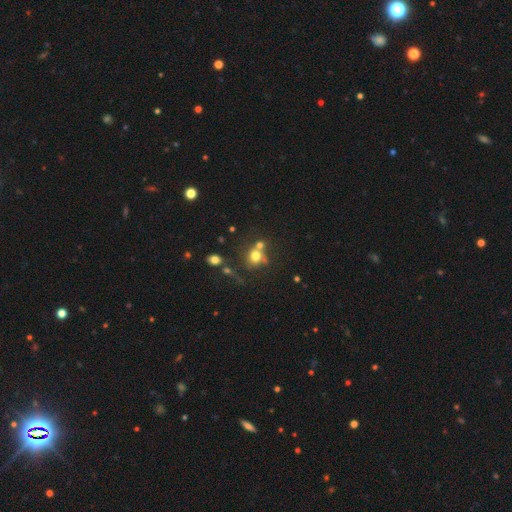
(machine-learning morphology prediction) Smooth or featured? Predicted: smooth (p=0.70). How rounded? Predicted: round (p=0.78). Merging? Predicted: none (p=0.46).